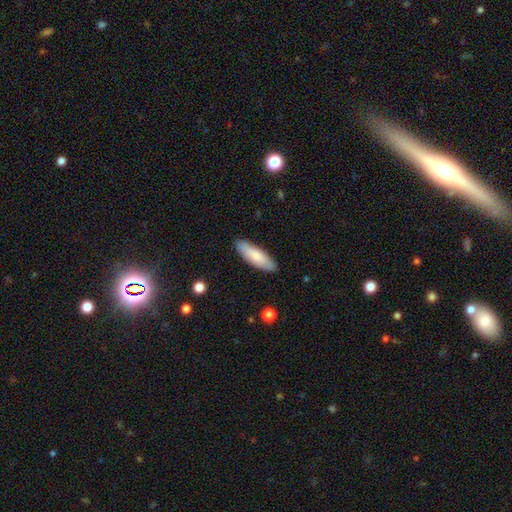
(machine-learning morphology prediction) Smooth or featured? smooth (81%)
How rounded? cigar-shaped (50%)
Merging? none (88%)